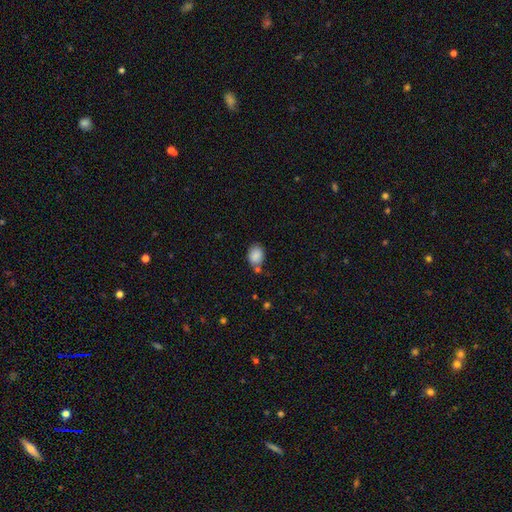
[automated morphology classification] smooth-or-featured: smooth: 87% | star or artifact: 8% | featured or disk: 4%
  how-rounded: in between: 55% | round: 44% | cigar-shaped: 1%
  merging: none: 63% | minor disturbance: 18% | merger: 15% | major disturbance: 4%